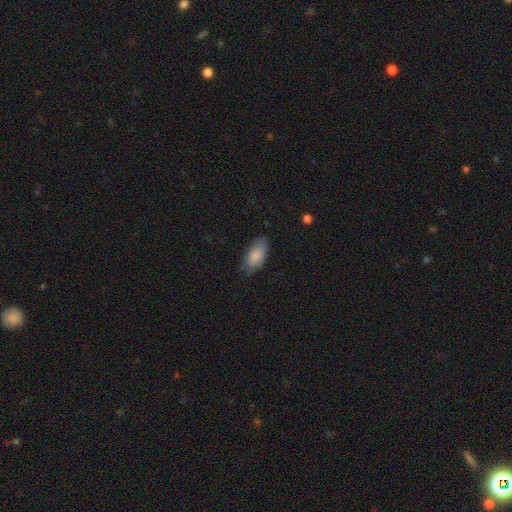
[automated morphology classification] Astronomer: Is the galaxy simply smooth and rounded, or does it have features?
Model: smooth — 84%.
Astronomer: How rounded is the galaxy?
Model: in between — 91%.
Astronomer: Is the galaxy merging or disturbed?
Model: none — 75%.